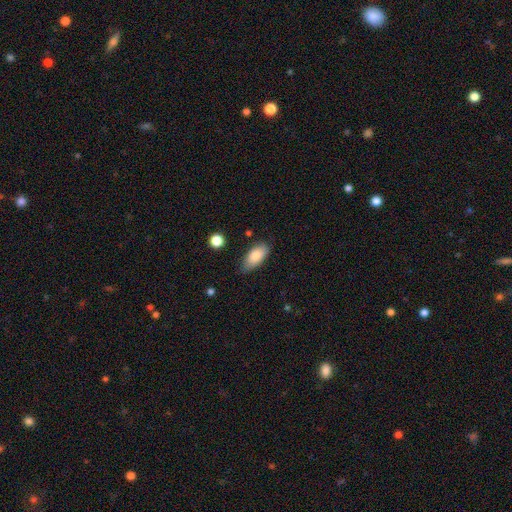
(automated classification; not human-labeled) The model was most divided on "merging": none: 70%, minor disturbance: 24%, major disturbance: 4%, merger: 2%. More confident: how rounded — in between (89%); smooth or featured — smooth (82%).